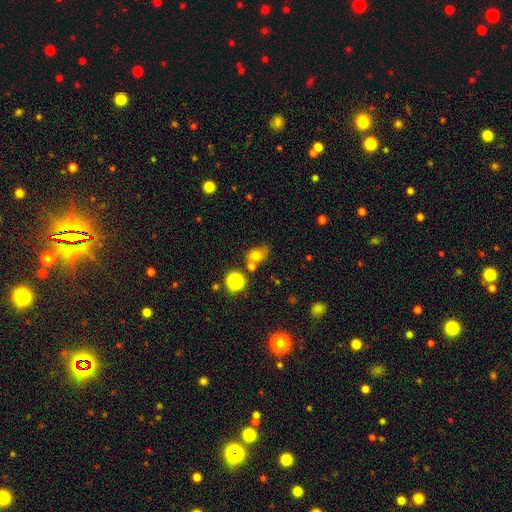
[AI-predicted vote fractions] smooth-or-featured: smooth: 68% | star or artifact: 18% | featured or disk: 15%
  how-rounded: round: 52% | in between: 47% | cigar-shaped: 1%
  merging: none: 46% | minor disturbance: 23% | merger: 19% | major disturbance: 12%